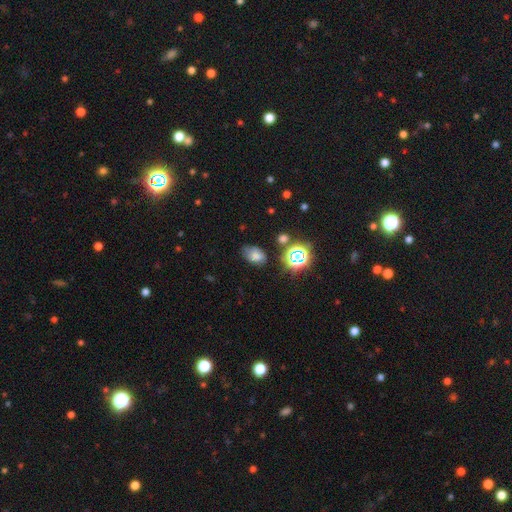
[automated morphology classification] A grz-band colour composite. It shows a smooth galaxy with no disk features (65%) that is in between round and cigar-shaped (77%). Merging: none (57%).